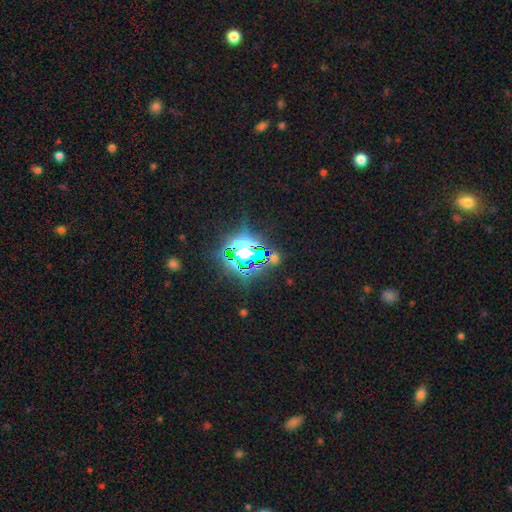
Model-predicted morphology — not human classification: Smooth or featured? Predicted: star or artifact (p=0.80).